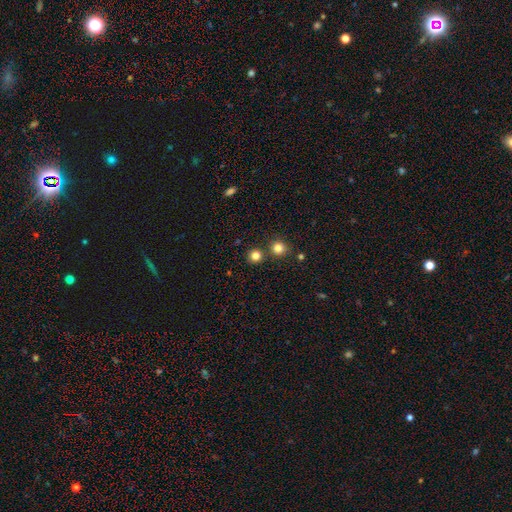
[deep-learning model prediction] smooth 81%, star or artifact 14%, featured or disk 5%. Down the decision tree: how rounded — round (92%); merging — none (80%).